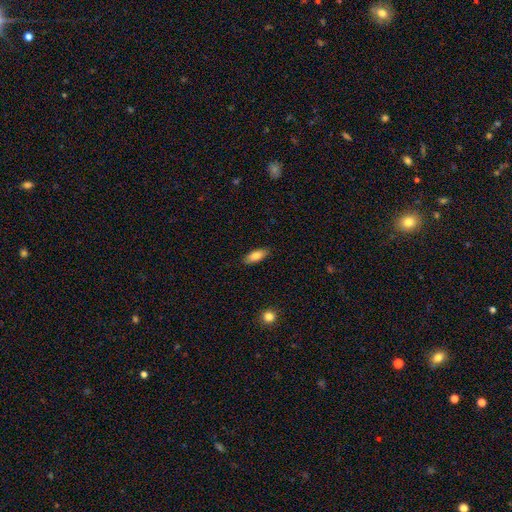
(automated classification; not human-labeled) A smooth galaxy with no disk features (81%) that is in between round and cigar-shaped (77%). Merging: none (86%).